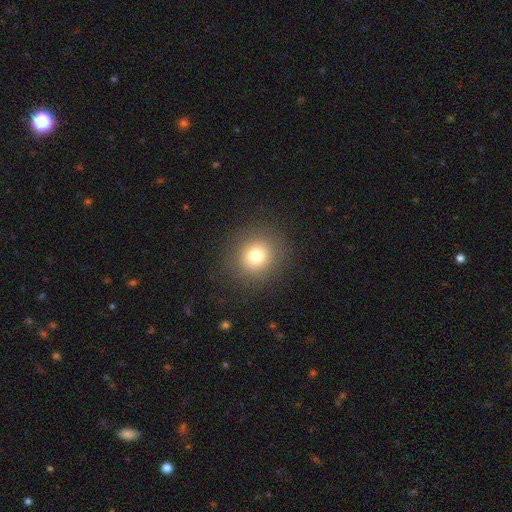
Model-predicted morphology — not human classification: Smooth or featured?
  - smooth: 77% *
  - star or artifact: 13%
  - featured or disk: 10%
How rounded?
  - round: 87% *
  - in between: 12%
  - cigar-shaped: 1%
Merging?
  - none: 88% *
  - minor disturbance: 7%
  - major disturbance: 4%
  - merger: 1%